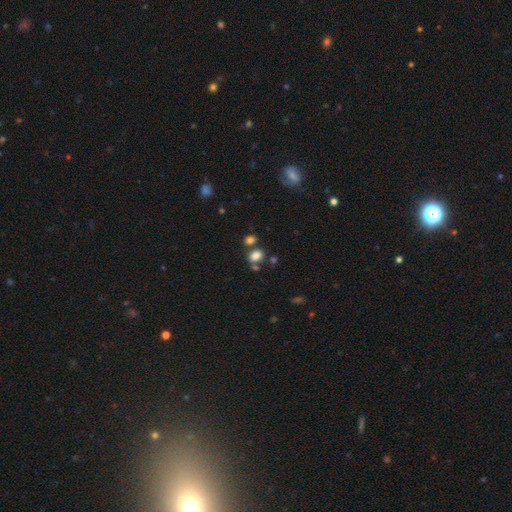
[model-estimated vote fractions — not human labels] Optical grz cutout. It shows a smooth galaxy with no disk features (81%) that is in between round and cigar-shaped (69%). Merging: none (61%).